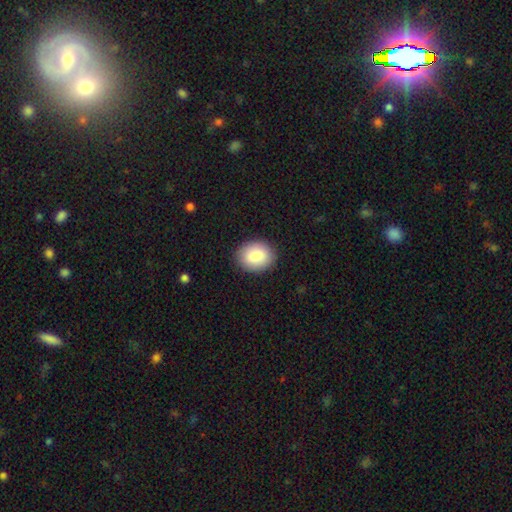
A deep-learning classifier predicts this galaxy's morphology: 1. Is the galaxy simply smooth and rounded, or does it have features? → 85% smooth, 8% featured or disk, 7% star or artifact.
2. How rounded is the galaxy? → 50% round, 49% in between, 1% cigar-shaped.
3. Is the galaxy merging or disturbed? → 89% none, 8% minor disturbance, 2% major disturbance, 1% merger.